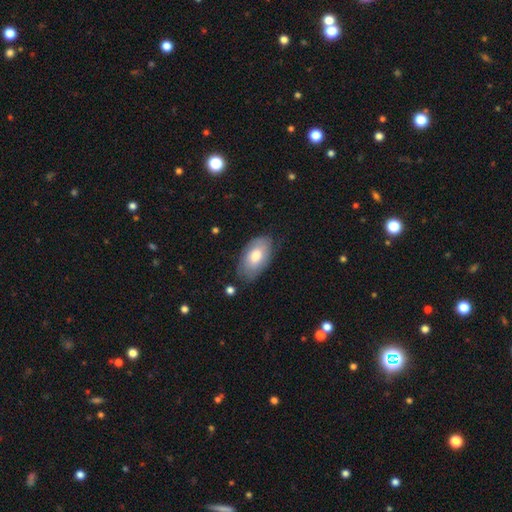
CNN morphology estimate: smooth-or-featured: smooth: 69% | featured or disk: 25% | star or artifact: 6%
  how-rounded: in between: 94% | round: 3% | cigar-shaped: 2%
  merging: none: 71% | minor disturbance: 22% | major disturbance: 6% | merger: 2%